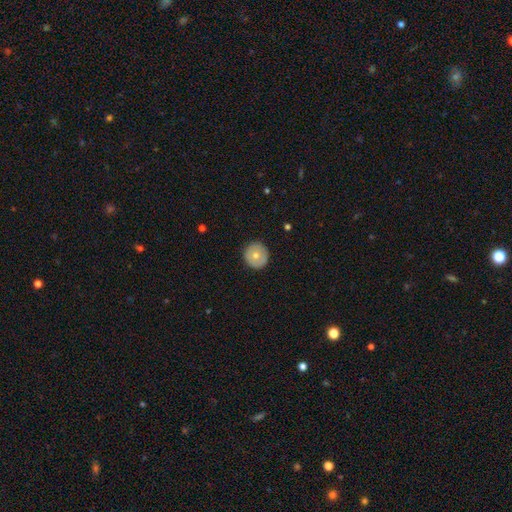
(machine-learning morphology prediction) Smooth or featured? smooth (64%)
How rounded? round (94%)
Merging? none (91%)